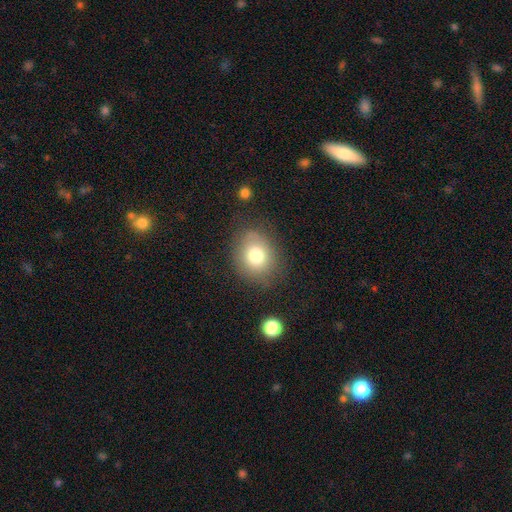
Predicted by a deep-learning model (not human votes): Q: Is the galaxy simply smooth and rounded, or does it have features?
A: smooth — 76%.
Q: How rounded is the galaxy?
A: round — 62%.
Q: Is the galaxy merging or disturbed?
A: none — 77%.